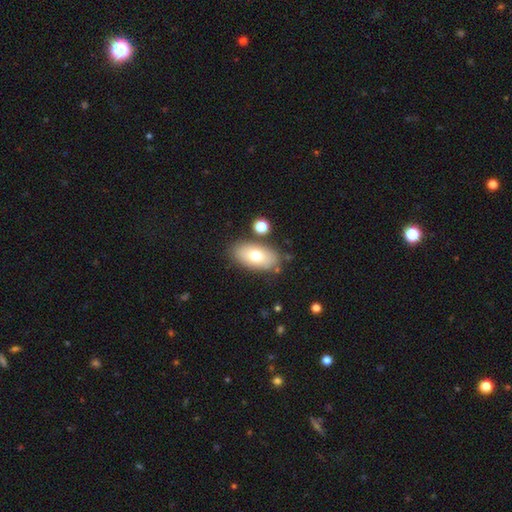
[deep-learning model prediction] A smooth galaxy with no disk features (72%) that is in between round and cigar-shaped (92%).

Vote fractions:
- Smooth or featured? smooth: 72% / featured or disk: 20% / star or artifact: 8%
- How rounded? in between: 92% / round: 5% / cigar-shaped: 3%
- Merging? none: 79% / minor disturbance: 11% / merger: 6% / major disturbance: 3%